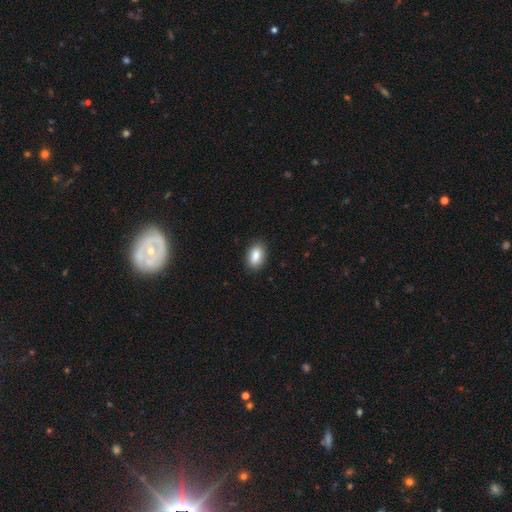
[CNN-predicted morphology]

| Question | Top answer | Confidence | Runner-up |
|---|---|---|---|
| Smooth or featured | smooth | 88% | star or artifact (7%) |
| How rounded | in between | 91% | round (7%) |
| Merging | none | 88% | minor disturbance (9%) |